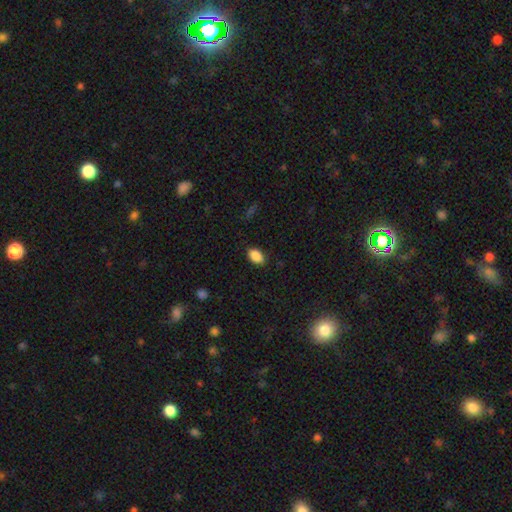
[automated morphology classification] Overall: smooth (89%). How rounded: in between (90%). Merging: none (87%).